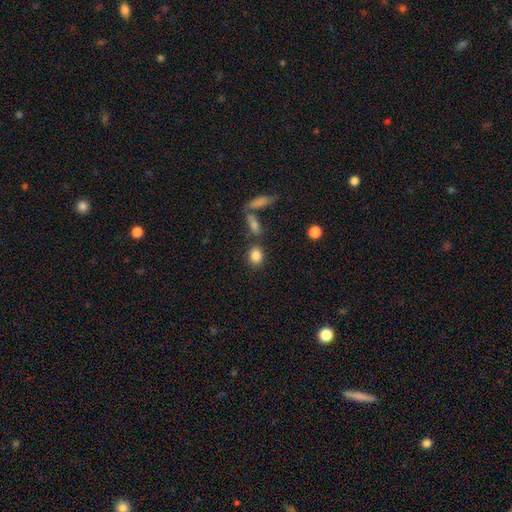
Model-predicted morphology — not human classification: Smooth or featured?
  - smooth: 84% *
  - star or artifact: 9%
  - featured or disk: 7%
How rounded?
  - round: 58% *
  - in between: 40%
  - cigar-shaped: 2%
Merging?
  - none: 76% *
  - minor disturbance: 10%
  - merger: 10%
  - major disturbance: 4%